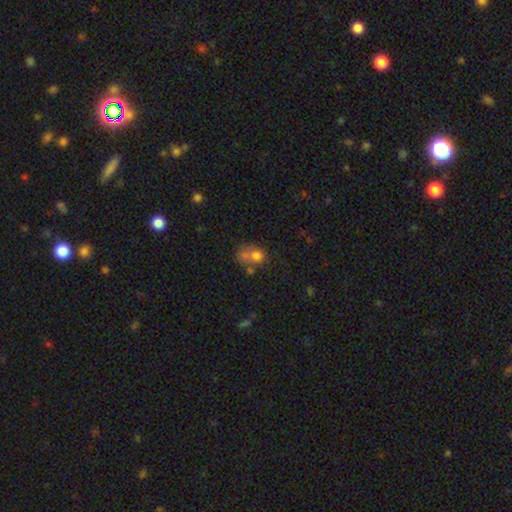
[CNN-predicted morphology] This is likely a smooth galaxy (66%). How rounded: possibly in between (51%). Merging: marginally merger (40%).